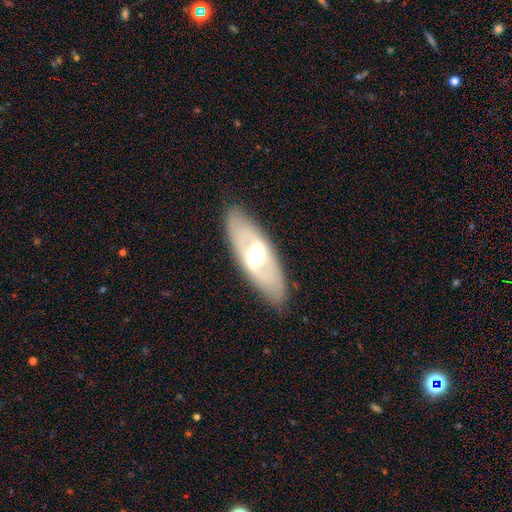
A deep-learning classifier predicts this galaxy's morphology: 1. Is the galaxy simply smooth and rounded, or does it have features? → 64% featured or disk, 30% smooth, 6% star or artifact.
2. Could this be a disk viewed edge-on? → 74% no, 26% yes.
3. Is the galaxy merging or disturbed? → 84% none, 10% minor disturbance, 4% major disturbance, 1% merger.